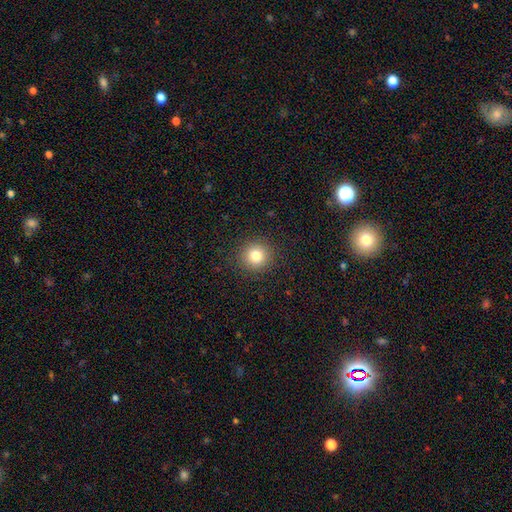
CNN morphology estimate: This is clearly a smooth galaxy (81%). How rounded: clearly round (93%). Merging: clearly none (91%).